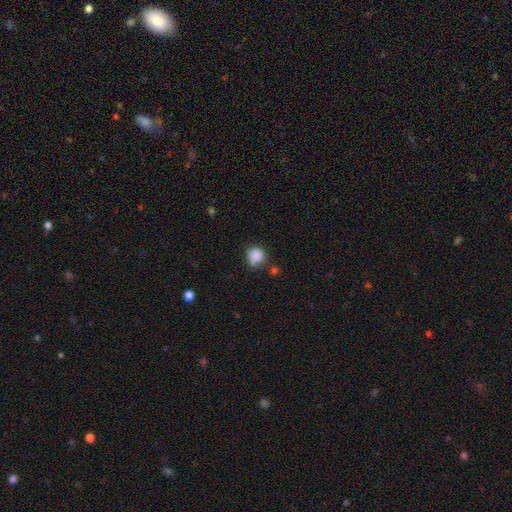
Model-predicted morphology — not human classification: Smooth or featured? Predicted: smooth (p=0.85). How rounded? Predicted: round (p=0.81). Merging? Predicted: none (p=0.59).